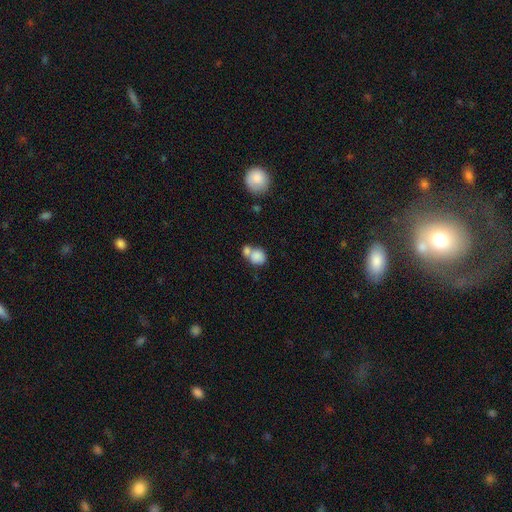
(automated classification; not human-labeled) A smooth galaxy with no disk features (83%) that is round (72%). Merging: merger (53%).